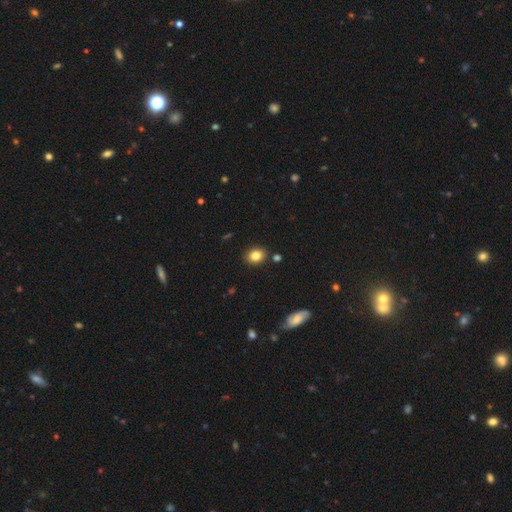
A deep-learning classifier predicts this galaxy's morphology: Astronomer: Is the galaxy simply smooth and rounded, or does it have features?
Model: smooth — 84%.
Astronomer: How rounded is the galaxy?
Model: round — 53% (runner-up: in between, 46%).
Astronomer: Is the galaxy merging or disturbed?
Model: none — 86%.